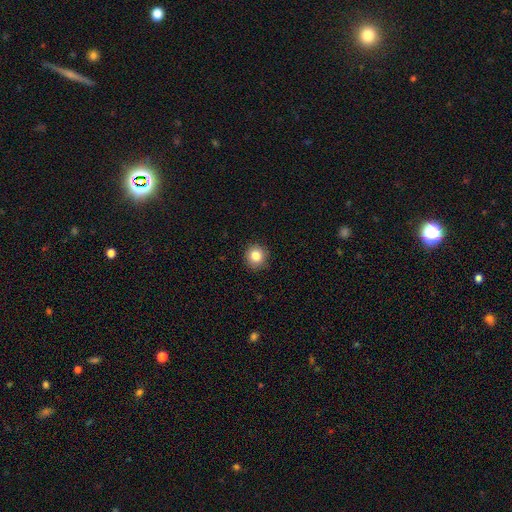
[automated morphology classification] This appears to be a smooth galaxy with no disk features (83%) that is round (91%). Merging: none (90%).